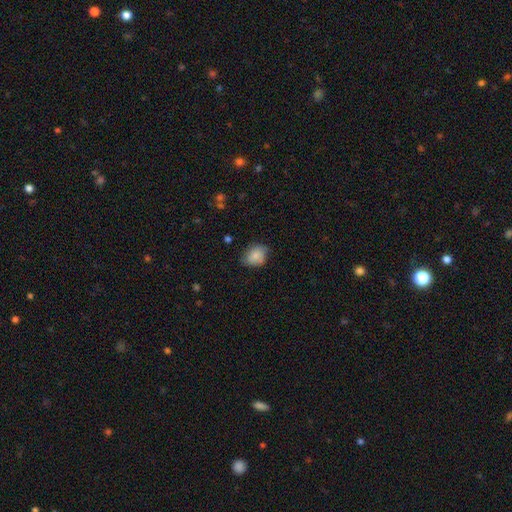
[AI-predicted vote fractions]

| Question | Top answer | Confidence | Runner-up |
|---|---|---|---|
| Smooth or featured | smooth | 78% | featured or disk (15%) |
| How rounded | in between | 56% | round (43%) |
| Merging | none | 64% | minor disturbance (28%) |